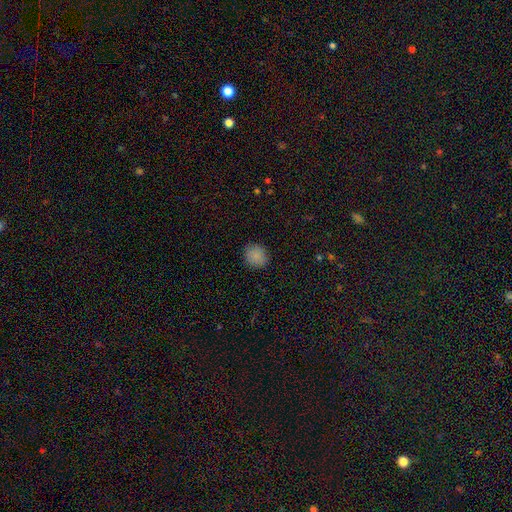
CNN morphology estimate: Smooth or featured?
  - smooth: 87% *
  - star or artifact: 9%
  - featured or disk: 4%
How rounded?
  - round: 80% *
  - in between: 19%
  - cigar-shaped: 1%
Merging?
  - none: 88% *
  - minor disturbance: 9%
  - major disturbance: 2%
  - merger: 1%